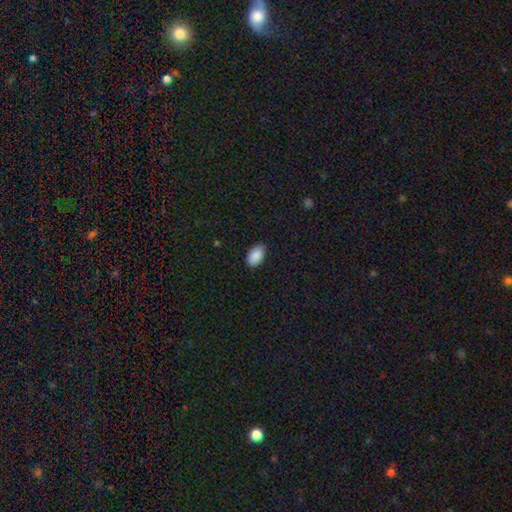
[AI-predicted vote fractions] smooth_or_featured: smooth (p=0.90) [alt: star or artifact p=0.07]
how_rounded: in between (p=0.94) [alt: round p=0.05]
merging: none (p=0.86) [alt: minor disturbance p=0.11]